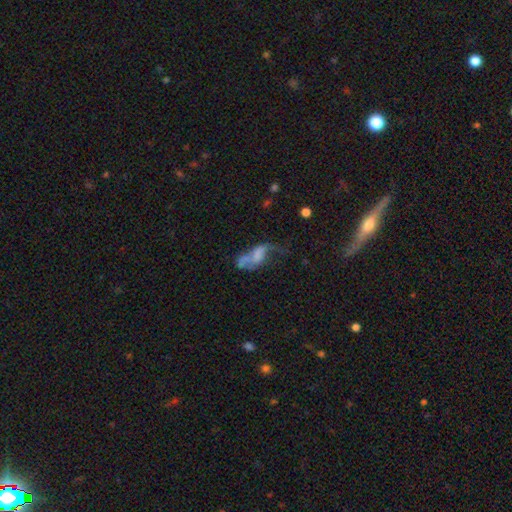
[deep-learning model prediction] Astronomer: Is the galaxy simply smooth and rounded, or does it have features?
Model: featured or disk — 49% (runner-up: smooth, 38%).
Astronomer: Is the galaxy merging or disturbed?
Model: major disturbance — 42% (runner-up: merger, 23%).